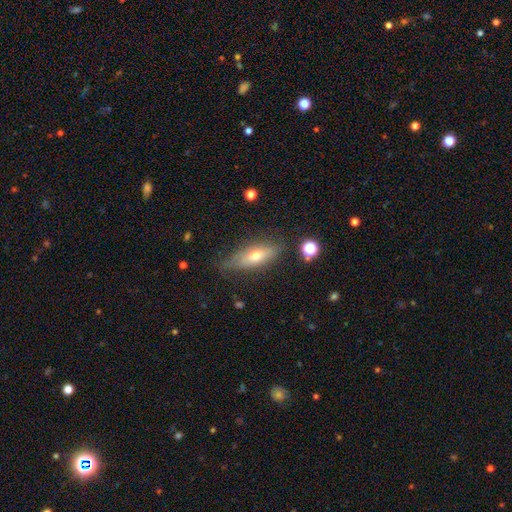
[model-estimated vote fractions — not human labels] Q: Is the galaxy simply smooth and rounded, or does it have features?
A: smooth — 54%.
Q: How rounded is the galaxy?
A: in between — 64%.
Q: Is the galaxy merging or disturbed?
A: none — 66%.